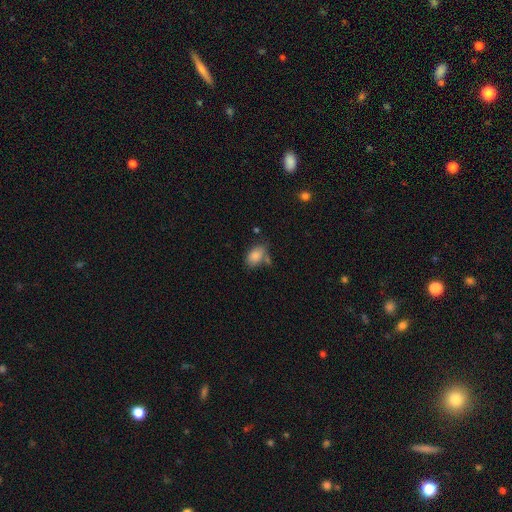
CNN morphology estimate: Smooth or featured: smooth — 84% (star or artifact — 8%)
How rounded: in between — 86% (round — 12%)
Merging: none — 57% (minor disturbance — 23%)